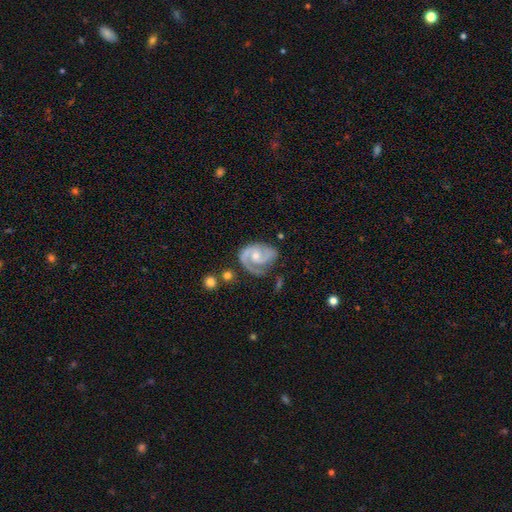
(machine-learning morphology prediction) A featured or disk galaxy (87%) with no bar (60%), 2 (73%) medium (48%) spiral arms (97%) and a moderate central bulge (51%).

Vote fractions:
- Smooth or featured? featured or disk: 87% / smooth: 8% / star or artifact: 5%
- Edge-on disk? no: 98% / yes: 2%
- Bar? no: 60% / weak: 33% / strong: 7%
- Spiral arms? yes: 97% / no: 3%
- Spiral winding? medium: 48% / tight: 39% / loose: 13%
- Spiral arm count? 2: 73% / 1: 16% / can't tell: 5% / 3: 4% / 4: 1% / more than 4: 1%
- Bulge size? moderate: 51% / small: 41% / none: 4% / large: 3% / dominant: 1%
- Merging? none: 60% / minor disturbance: 23% / major disturbance: 13% / merger: 3%